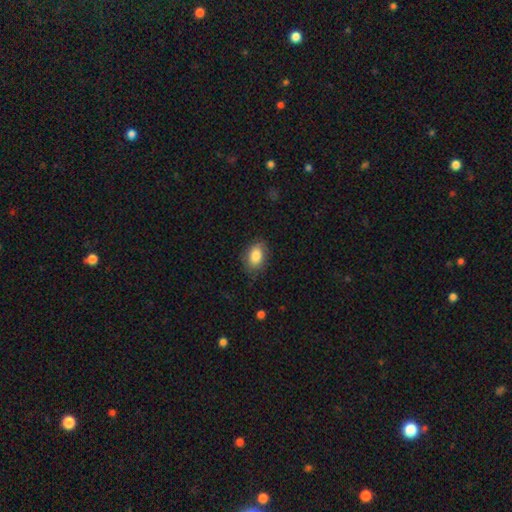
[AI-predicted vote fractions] Smooth or featured? Predicted: smooth (p=0.84). How rounded? Predicted: in between (p=0.85). Merging? Predicted: none (p=0.79).